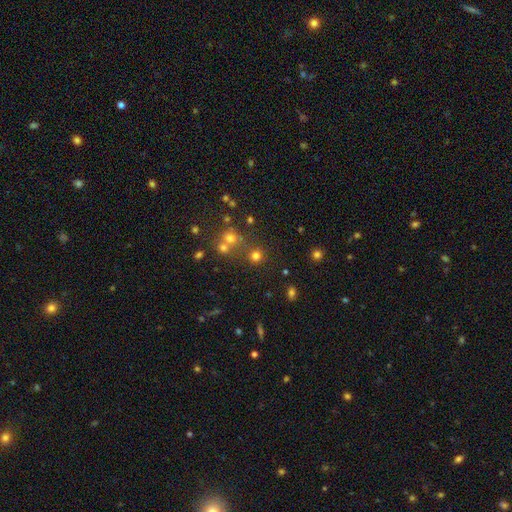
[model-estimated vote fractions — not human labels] A smooth galaxy with no disk features (70%) that is round (90%). Merging: none (71%).